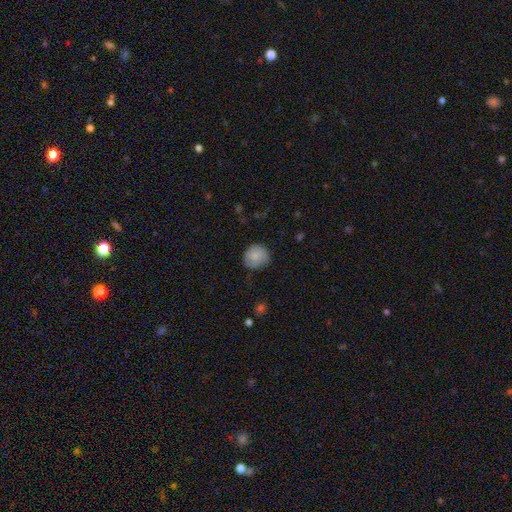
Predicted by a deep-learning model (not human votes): smooth 82%, featured or disk 11%, star or artifact 7%. Down the decision tree: how rounded — round (88%); merging — none (73%).